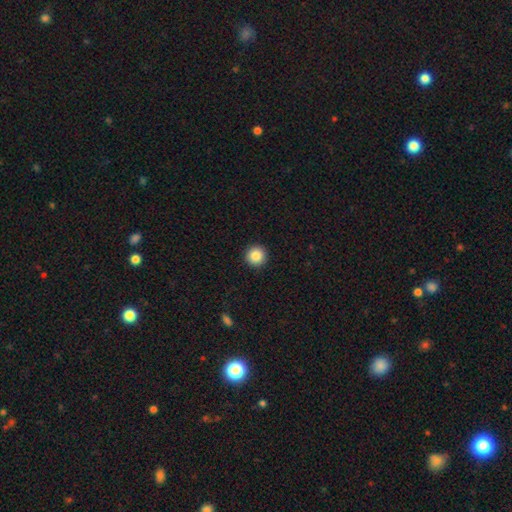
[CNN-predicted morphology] A smooth galaxy with no disk features (86%) that is round (96%). Merging: none (93%).